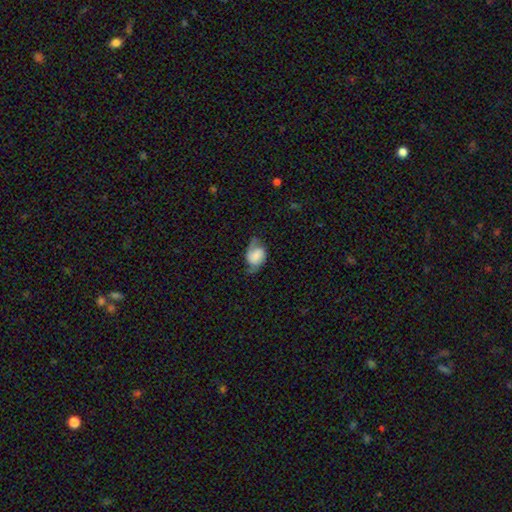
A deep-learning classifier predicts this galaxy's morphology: A featured or disk galaxy (53%) with no bar (57%), spiral arms (88%) and no central bulge (31%). Merging: none (50%).